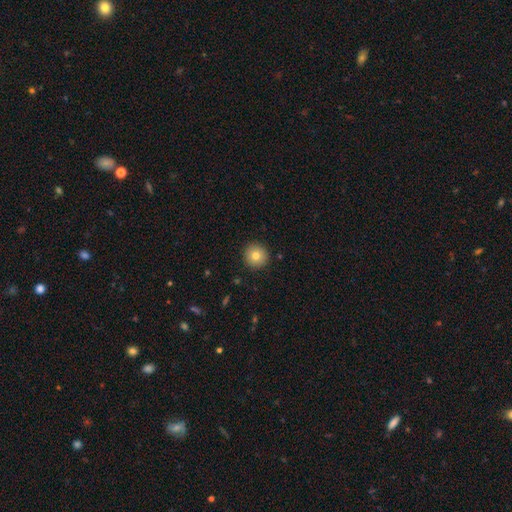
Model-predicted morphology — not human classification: Overall: smooth (80%). How rounded: round (95%). Merging: none (92%).